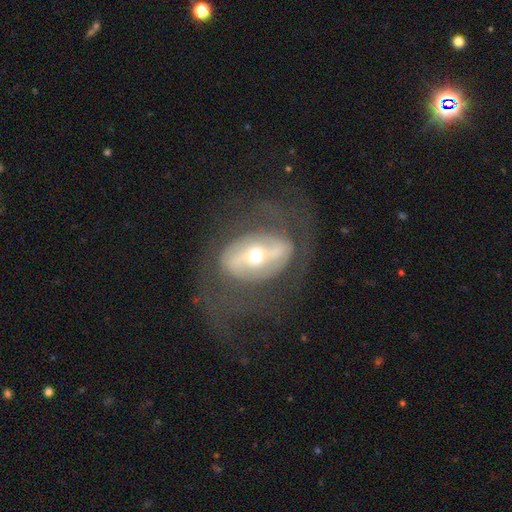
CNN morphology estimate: Smooth or featured?
  - featured or disk: 78% *
  - smooth: 16%
  - star or artifact: 6%
Edge-on disk?
  - no: 94% *
  - yes: 6%
Bar?
  - strong: 47% *
  - weak: 29%
  - no: 23%
Spiral arms?
  - yes: 70% *
  - no: 30%
Spiral winding?
  - medium: 42% *
  - tight: 32%
  - loose: 27%
Spiral arm count?
  - 2: 75% *
  - can't tell: 15%
  - 1: 4%
  - 3: 3%
  - 4: 1%
  - more than 4: 1%
Bulge size?
  - moderate: 62% *
  - small: 30%
  - large: 6%
  - dominant: 1%
  - none: 1%
Merging?
  - none: 64% *
  - major disturbance: 20%
  - minor disturbance: 15%
  - merger: 2%